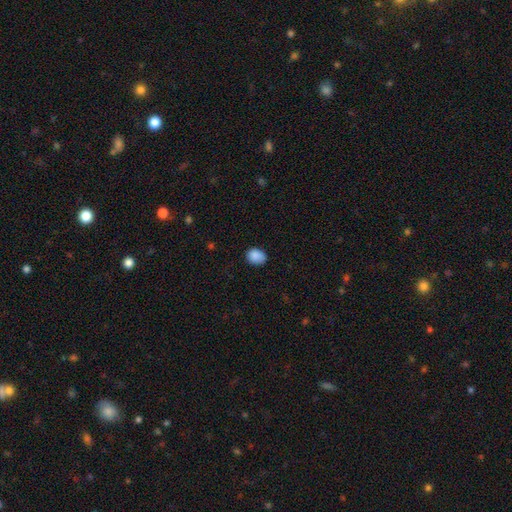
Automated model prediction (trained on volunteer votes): Morphology: type=smooth (88%); roundness=in between (54%); merging=none (74%).